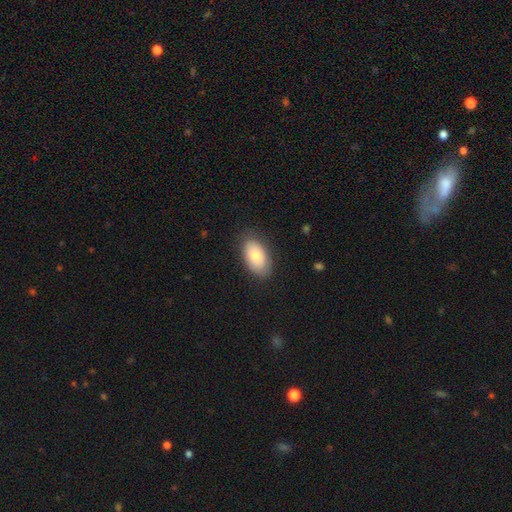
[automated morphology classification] This is likely a smooth galaxy (77%). How rounded: clearly in between (94%). Merging: clearly none (81%).